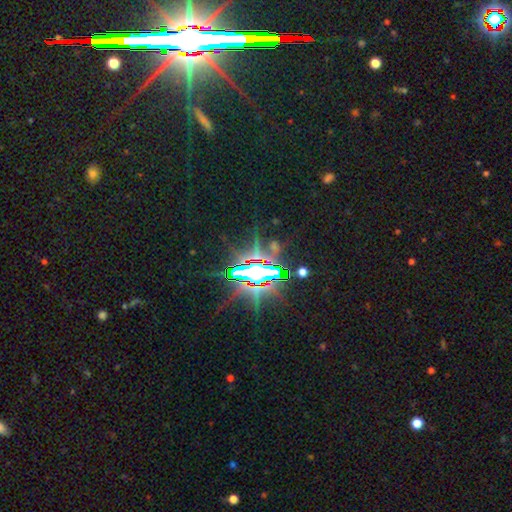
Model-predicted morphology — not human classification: Q: Smooth or featured?
A: star or artifact (83%); runner-up: featured or disk (10%)